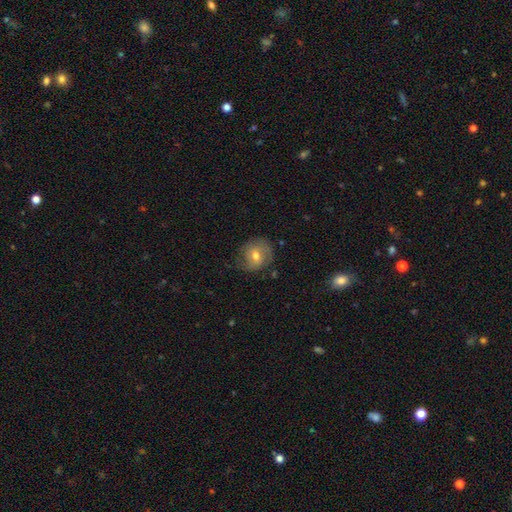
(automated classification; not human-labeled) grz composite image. It shows a featured or disk galaxy (47%). Merging: none (65%).